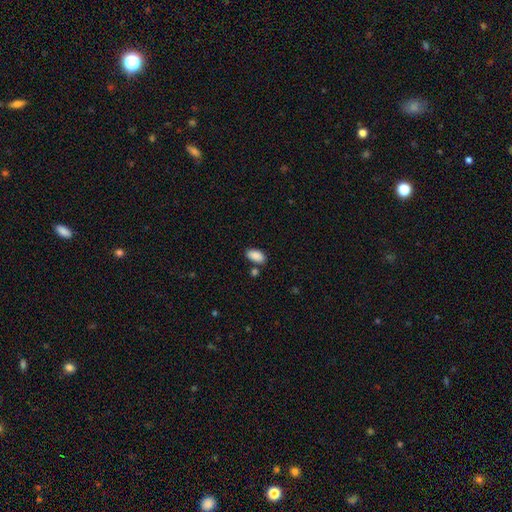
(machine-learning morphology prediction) The model was most divided on "merging": none: 74%, minor disturbance: 13%, merger: 10%, major disturbance: 3%. More confident: how rounded — in between (94%); smooth or featured — smooth (89%).